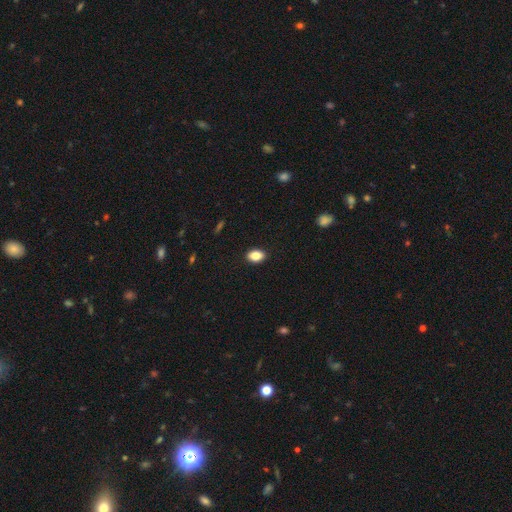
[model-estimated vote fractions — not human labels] Overall: smooth (85%). How rounded: in between (85%). Merging: none (90%).